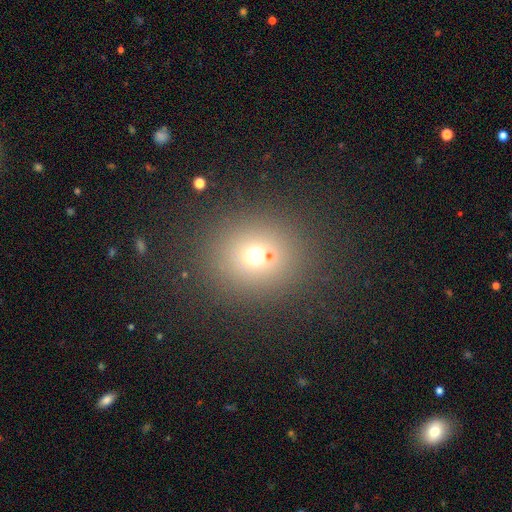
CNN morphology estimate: The model was most divided on "smooth or featured": smooth: 64%, star or artifact: 23%, featured or disk: 13%. More confident: how rounded — round (82%); merging — none (66%).